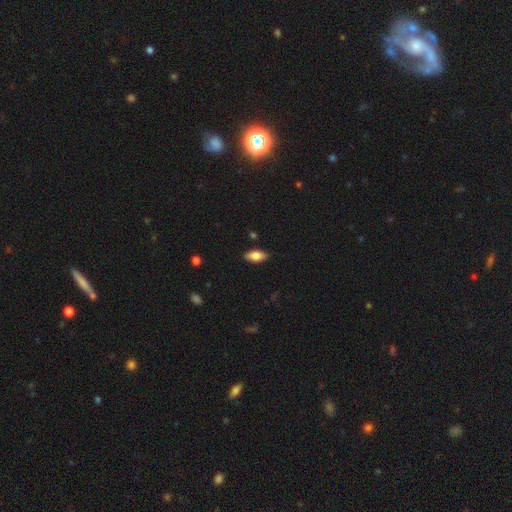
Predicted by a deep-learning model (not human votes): A smooth galaxy with no disk features (79%) that is in between round and cigar-shaped (89%). Merging: none (87%).